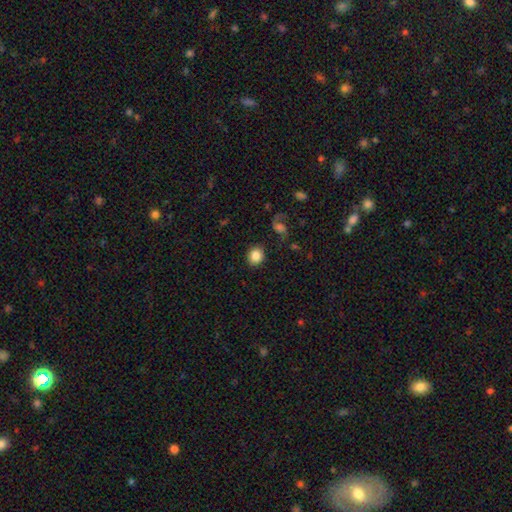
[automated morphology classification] smooth_or_featured: smooth (p=0.83) [alt: star or artifact p=0.09]
how_rounded: round (p=0.79) [alt: in between p=0.20]
merging: none (p=0.87) [alt: minor disturbance p=0.08]